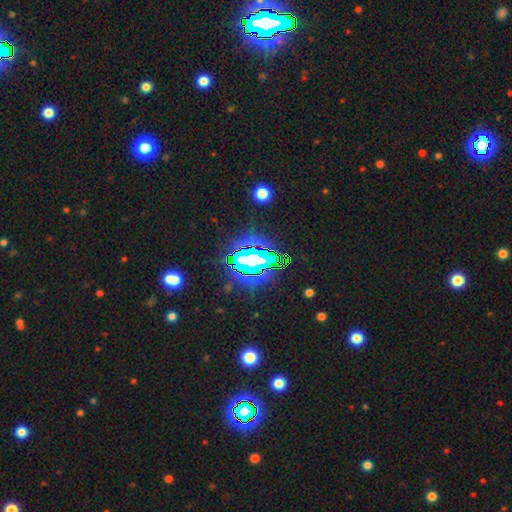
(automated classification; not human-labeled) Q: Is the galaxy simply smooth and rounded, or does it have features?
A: star or artifact — 75%.